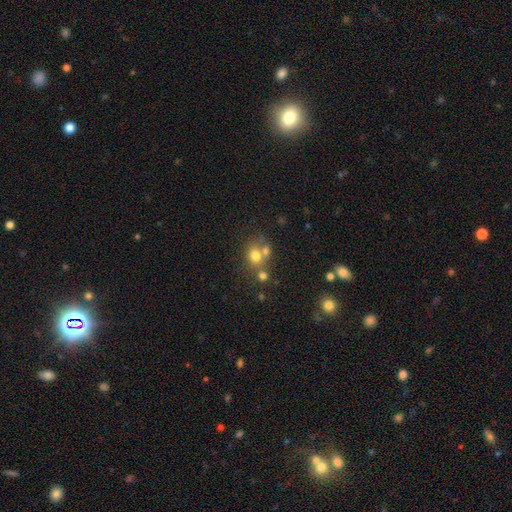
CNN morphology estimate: Smooth or featured?
  - smooth: 71% *
  - featured or disk: 15%
  - star or artifact: 15%
How rounded?
  - round: 67% *
  - in between: 32%
  - cigar-shaped: 1%
Merging?
  - none: 46% *
  - merger: 38%
  - minor disturbance: 11%
  - major disturbance: 6%